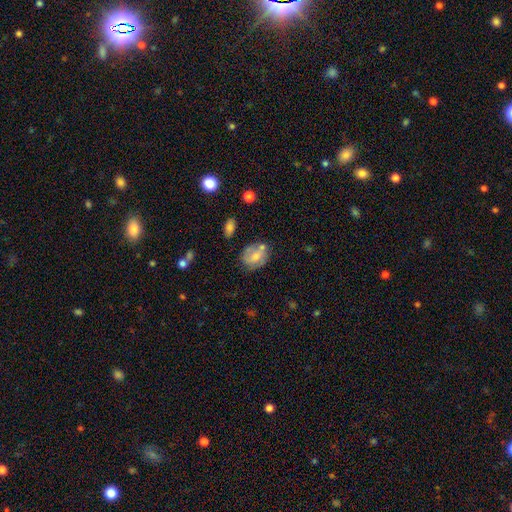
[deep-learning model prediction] Smooth or featured?
  - smooth: 51% *
  - featured or disk: 41%
  - star or artifact: 8%
How rounded?
  - in between: 55% *
  - round: 43%
  - cigar-shaped: 2%
Merging?
  - none: 52% *
  - minor disturbance: 23%
  - merger: 15%
  - major disturbance: 10%